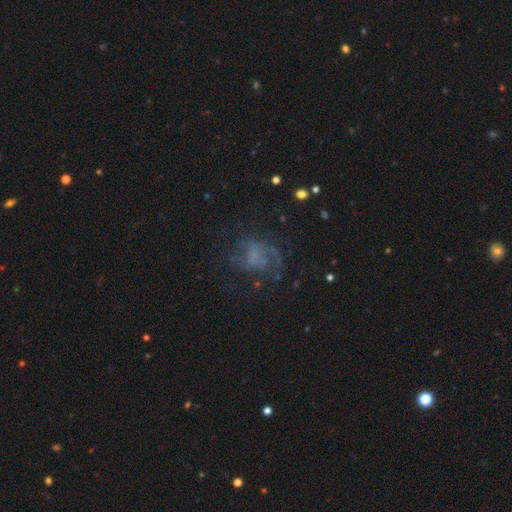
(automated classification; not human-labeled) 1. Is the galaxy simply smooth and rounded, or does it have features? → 60% featured or disk, 23% smooth, 17% star or artifact.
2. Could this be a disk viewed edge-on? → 98% no, 2% yes.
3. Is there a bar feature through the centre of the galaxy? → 68% no, 27% weak, 5% strong.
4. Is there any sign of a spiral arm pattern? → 71% yes, 29% no.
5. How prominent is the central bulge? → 60% none, 21% small, 13% moderate, 4% large, 2% dominant.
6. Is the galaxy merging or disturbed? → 46% none, 33% major disturbance, 18% minor disturbance, 3% merger.